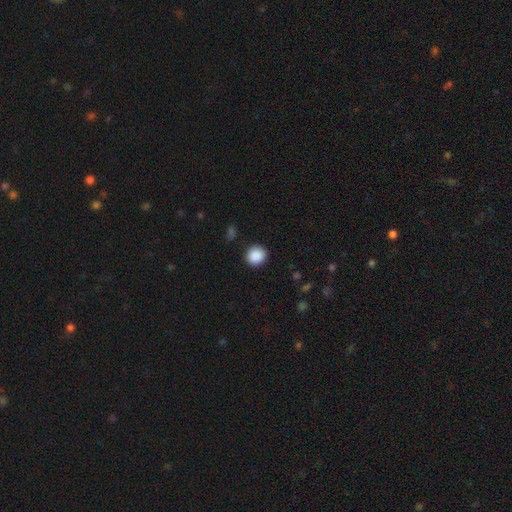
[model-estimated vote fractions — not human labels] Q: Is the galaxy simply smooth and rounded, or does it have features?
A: smooth — 89%.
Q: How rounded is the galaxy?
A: round — 88%.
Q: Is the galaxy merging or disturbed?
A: none — 90%.